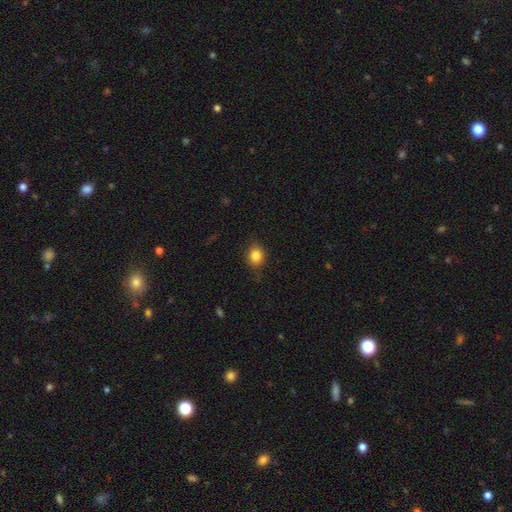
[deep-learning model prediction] Morphology: type=smooth (84%); roundness=round (63%); merging=none (81%).